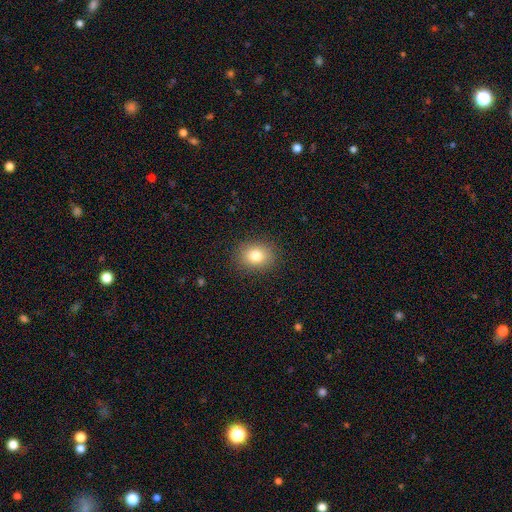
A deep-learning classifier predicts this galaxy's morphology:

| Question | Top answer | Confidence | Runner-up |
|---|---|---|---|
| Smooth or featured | smooth | 81% | star or artifact (11%) |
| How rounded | round | 51% | in between (49%) |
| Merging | none | 89% | minor disturbance (8%) |